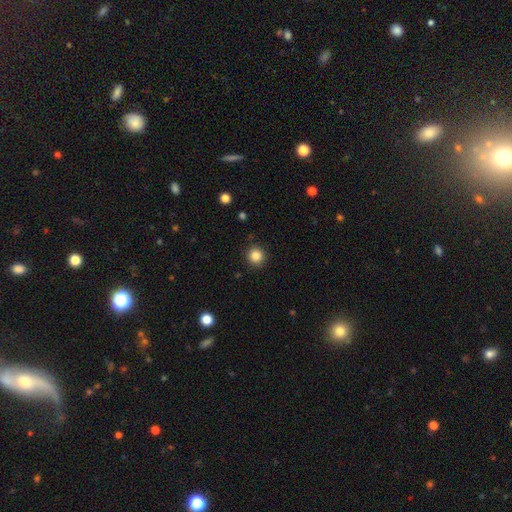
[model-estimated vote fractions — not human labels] A smooth galaxy with no disk features (85%) that is round (94%). Merging: none (91%).